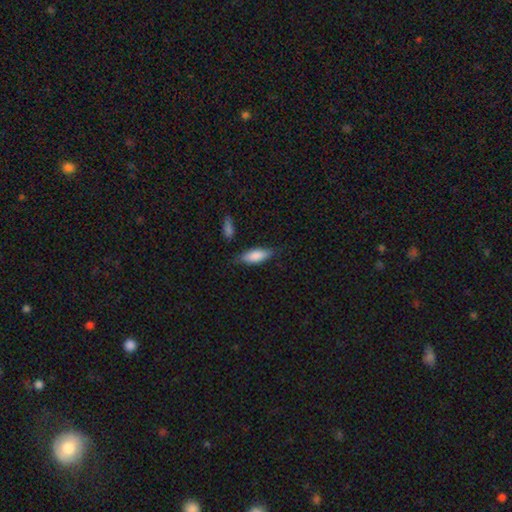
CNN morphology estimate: The model was most divided on "how rounded": in between: 73%, cigar-shaped: 25%, round: 2%. More confident: smooth or featured — smooth (83%); merging — none (74%).